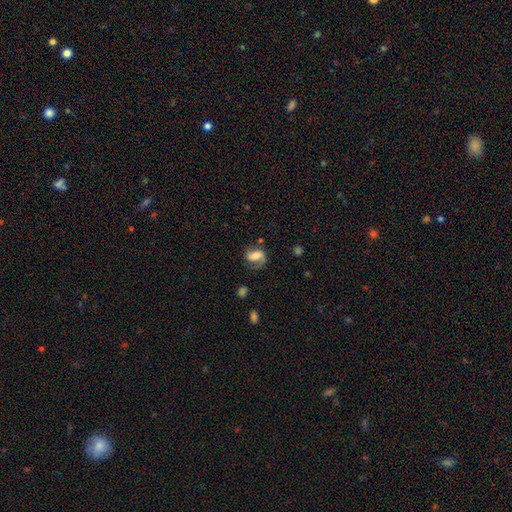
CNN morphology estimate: Overall: featured or disk (61%; smooth 31%). Edge-on disk: no (97%). Bar: weak (42%; no 31%). Spiral arms: yes (89%). Spiral arm count: 2 (61%; 1 31%). Spiral winding: medium (45%; loose 34%). Bulge size: moderate (34%; large 26%). Merging: none (55%; minor disturbance 22%).